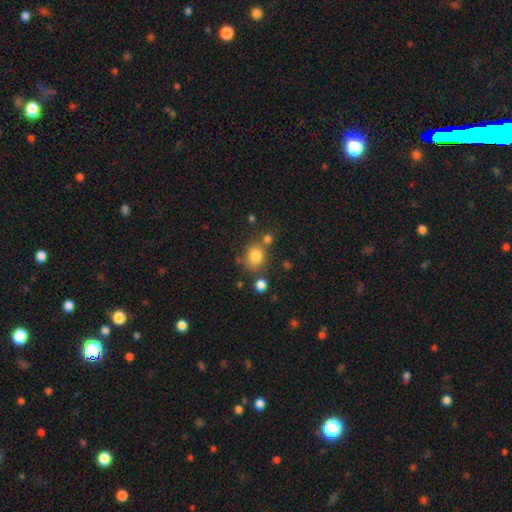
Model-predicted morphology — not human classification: This is clearly a smooth galaxy (80%). How rounded: likely round (68%). Merging: likely none (66%).